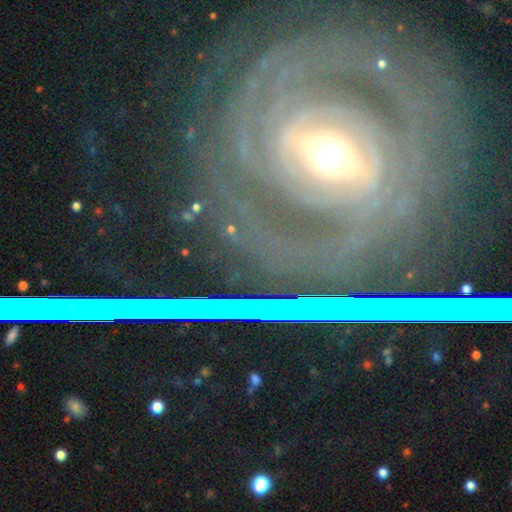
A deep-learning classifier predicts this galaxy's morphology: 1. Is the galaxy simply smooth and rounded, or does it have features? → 77% featured or disk, 14% star or artifact, 9% smooth.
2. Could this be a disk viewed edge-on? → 95% no, 5% yes.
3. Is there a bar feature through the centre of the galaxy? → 39% strong, 35% weak, 26% no.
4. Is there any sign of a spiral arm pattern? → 90% yes, 10% no.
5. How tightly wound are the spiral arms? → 71% tight, 23% medium, 7% loose.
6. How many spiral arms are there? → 44% 2, 23% can't tell, 11% 3, 8% 4, 7% more than 4, 7% 1.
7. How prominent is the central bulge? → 62% moderate, 28% small, 7% large, 2% dominant, 1% none.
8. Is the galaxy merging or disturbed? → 76% none, 13% minor disturbance, 9% major disturbance, 2% merger.